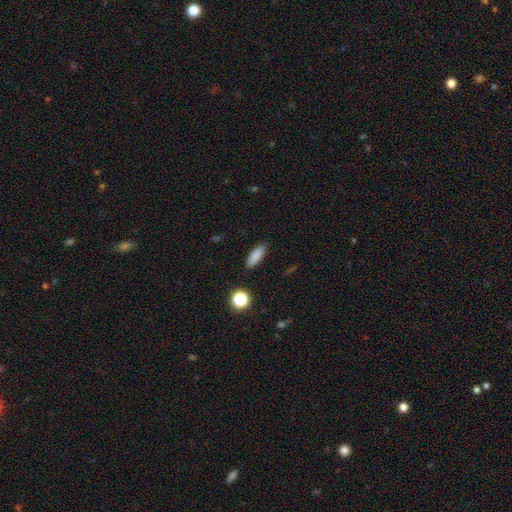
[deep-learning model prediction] Morphology: type=smooth (83%); roundness=in between (52%); merging=none (87%).